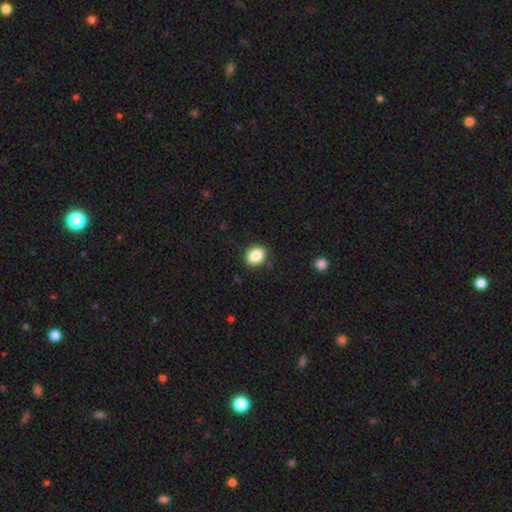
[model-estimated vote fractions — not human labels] smooth-or-featured: smooth: 86% | star or artifact: 8% | featured or disk: 5%
  how-rounded: in between: 66% | round: 33% | cigar-shaped: 1%
  merging: none: 88% | minor disturbance: 9% | major disturbance: 2% | merger: 1%